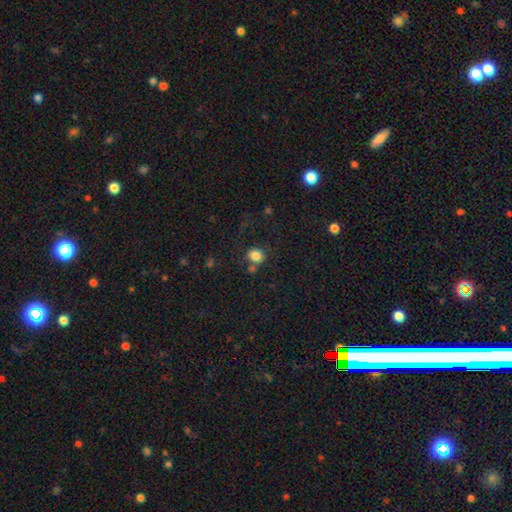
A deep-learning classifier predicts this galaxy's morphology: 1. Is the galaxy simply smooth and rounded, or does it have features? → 83% smooth, 11% star or artifact, 6% featured or disk.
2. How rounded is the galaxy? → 75% round, 25% in between, 1% cigar-shaped.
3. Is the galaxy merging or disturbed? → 69% none, 14% merger, 13% minor disturbance, 5% major disturbance.